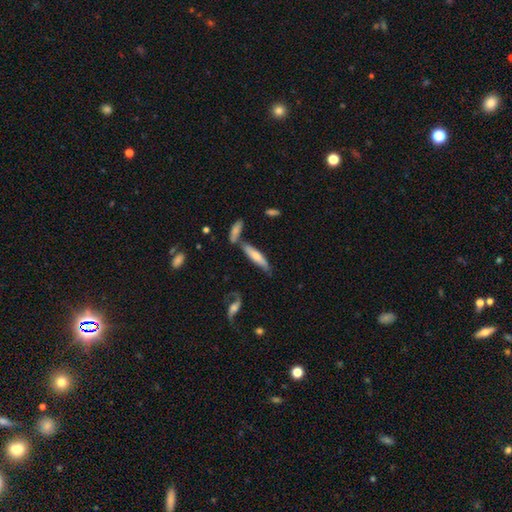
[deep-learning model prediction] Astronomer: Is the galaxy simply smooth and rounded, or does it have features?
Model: featured or disk — 48% (runner-up: smooth, 42%).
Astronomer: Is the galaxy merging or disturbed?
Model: none — 62%.